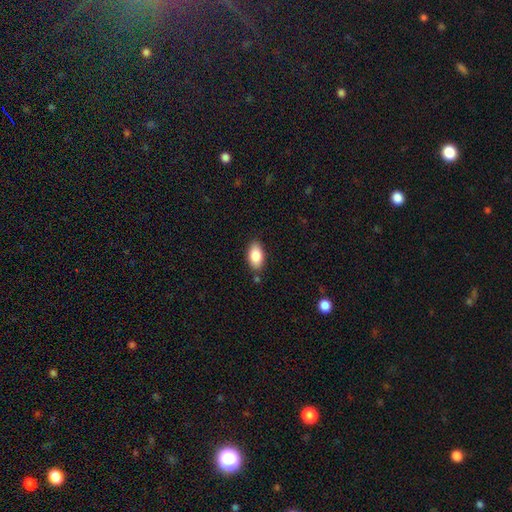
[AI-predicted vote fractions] Smooth or featured? smooth (86%)
How rounded? in between (93%)
Merging? none (82%)